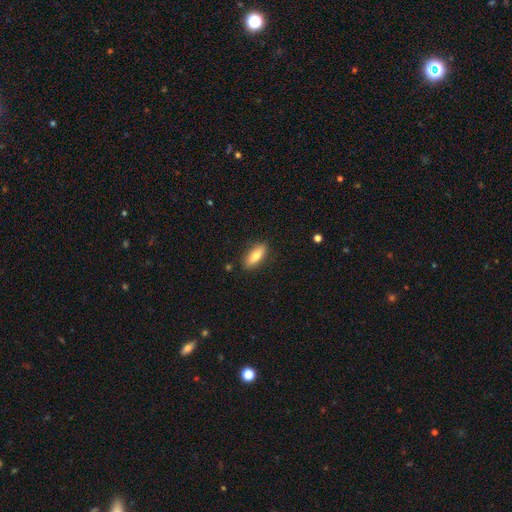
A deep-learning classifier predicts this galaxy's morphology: Smooth or featured? smooth (79%)
How rounded? in between (70%)
Merging? none (87%)